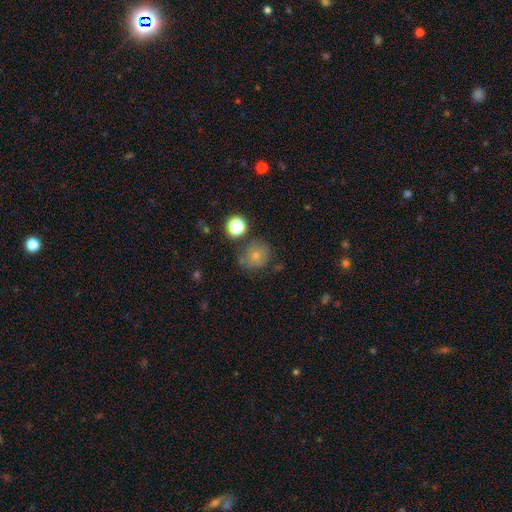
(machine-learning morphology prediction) This is likely a smooth galaxy (72%). How rounded: clearly round (82%). Merging: likely none (64%).